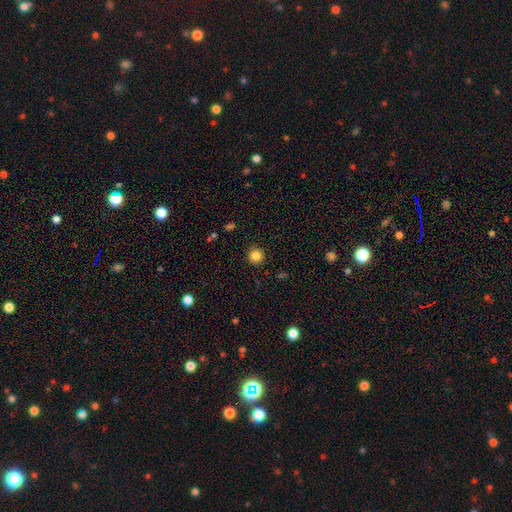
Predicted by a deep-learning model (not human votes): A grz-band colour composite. It shows a smooth galaxy with no disk features (85%) that is round (95%). Merging: none (92%).